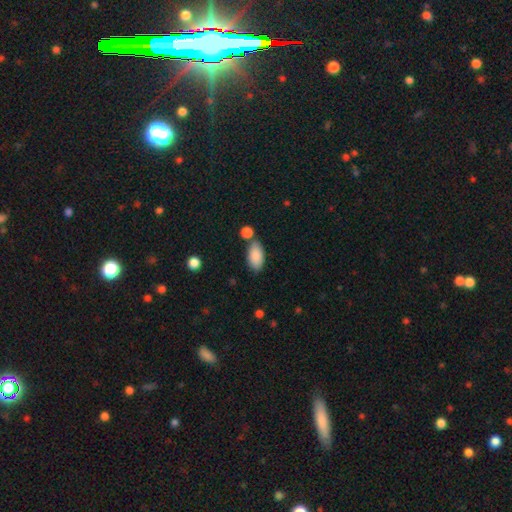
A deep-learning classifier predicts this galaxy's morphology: Smooth or featured?
  - smooth: 88% *
  - star or artifact: 6%
  - featured or disk: 6%
How rounded?
  - in between: 94% *
  - cigar-shaped: 3%
  - round: 3%
Merging?
  - none: 67% *
  - merger: 16%
  - minor disturbance: 13%
  - major disturbance: 4%